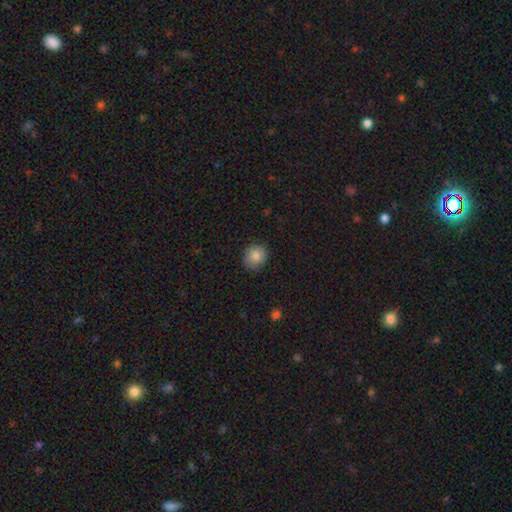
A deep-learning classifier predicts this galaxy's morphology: smooth 85%, star or artifact 9%, featured or disk 6%. Down the decision tree: how rounded — round (77%); merging — none (83%).